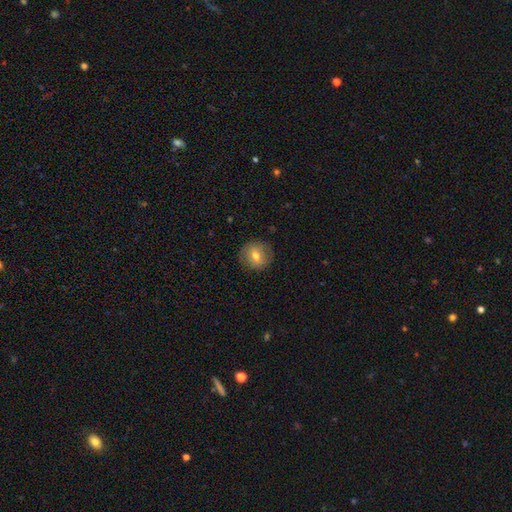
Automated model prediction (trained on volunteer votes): smooth-or-featured: smooth: 66% | featured or disk: 25% | star or artifact: 9%
  how-rounded: round: 89% | in between: 10% | cigar-shaped: 1%
  merging: none: 85% | minor disturbance: 11% | major disturbance: 3% | merger: 1%